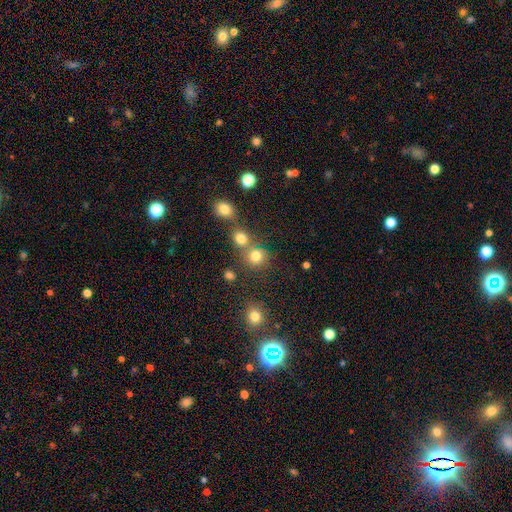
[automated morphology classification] Smooth or featured?
  - smooth: 78% *
  - star or artifact: 15%
  - featured or disk: 7%
How rounded?
  - round: 87% *
  - in between: 12%
  - cigar-shaped: 1%
Merging?
  - none: 63% *
  - merger: 25%
  - minor disturbance: 8%
  - major disturbance: 4%